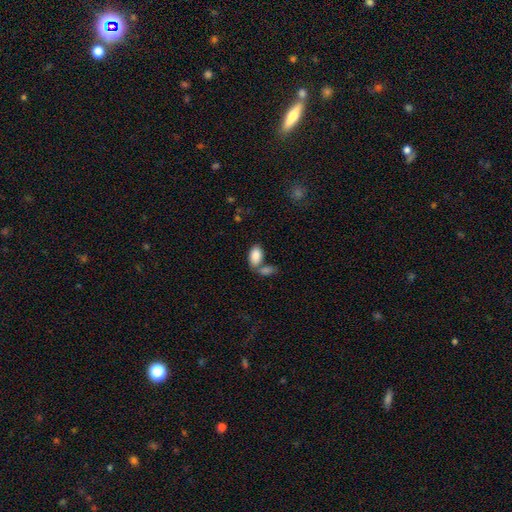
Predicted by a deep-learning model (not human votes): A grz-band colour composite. It shows a smooth galaxy with no disk features (87%) that is in between round and cigar-shaped (94%). Merging: none (48%).